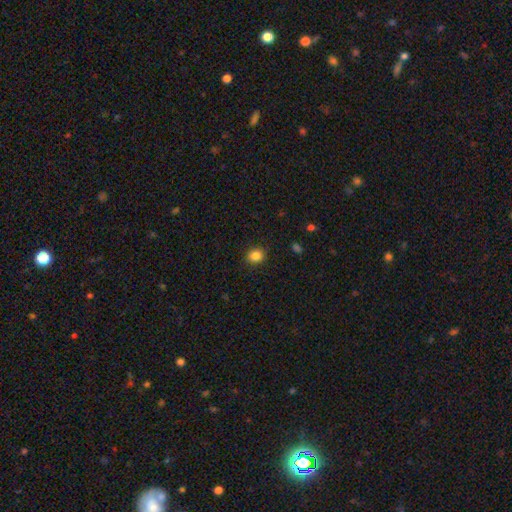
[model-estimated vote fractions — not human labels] smooth 85%, star or artifact 11%, featured or disk 5%. Down the decision tree: how rounded — round (70%); merging — none (89%).